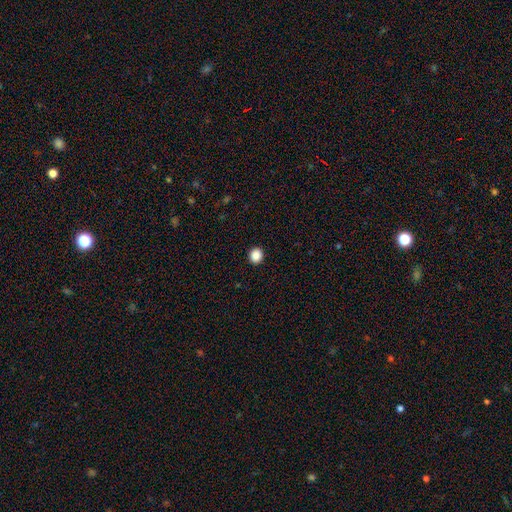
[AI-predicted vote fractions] Morphology: type=smooth (88%); roundness=round (85%); merging=none (93%).